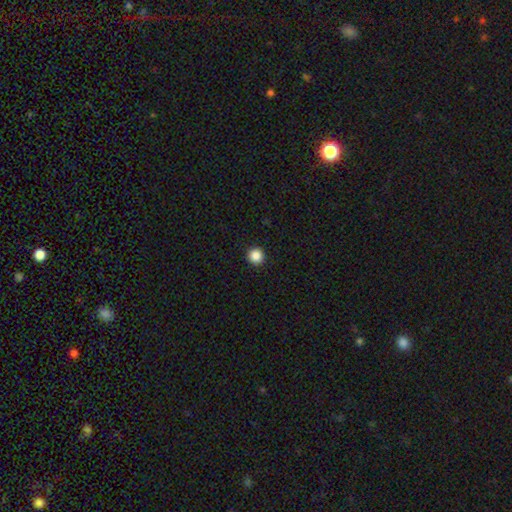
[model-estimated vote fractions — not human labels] This is clearly a smooth galaxy (87%). How rounded: clearly round (96%). Merging: clearly none (94%).